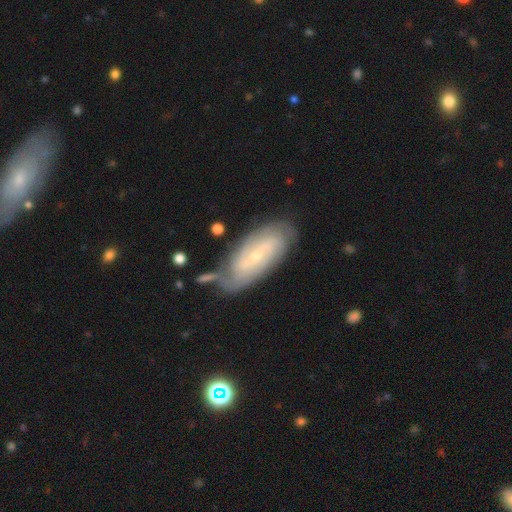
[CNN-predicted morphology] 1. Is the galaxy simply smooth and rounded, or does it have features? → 76% featured or disk, 18% smooth, 6% star or artifact.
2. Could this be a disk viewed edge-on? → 92% no, 8% yes.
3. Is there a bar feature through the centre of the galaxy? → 60% no, 30% weak, 10% strong.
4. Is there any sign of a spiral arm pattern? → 90% yes, 10% no.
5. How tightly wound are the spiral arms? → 67% tight, 25% medium, 8% loose.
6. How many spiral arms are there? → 42% can't tell, 31% 2, 11% 3, 8% 4, 4% more than 4, 4% 1.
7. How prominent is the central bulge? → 75% small, 22% moderate, 1% none, 1% large, 1% dominant.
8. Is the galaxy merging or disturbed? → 65% none, 22% minor disturbance, 7% major disturbance, 6% merger.